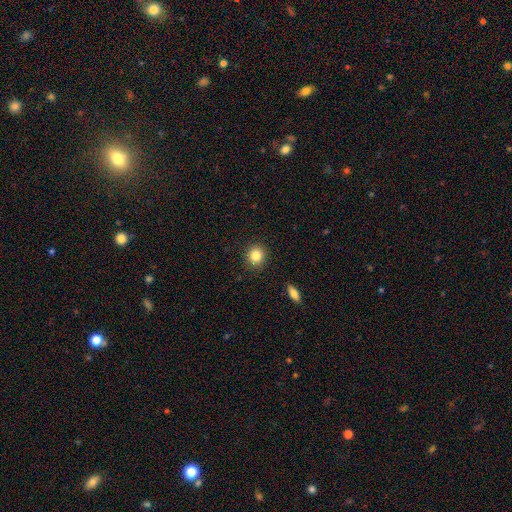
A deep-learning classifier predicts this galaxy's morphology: A smooth galaxy with no disk features (84%) that is round (85%). Merging: none (90%).